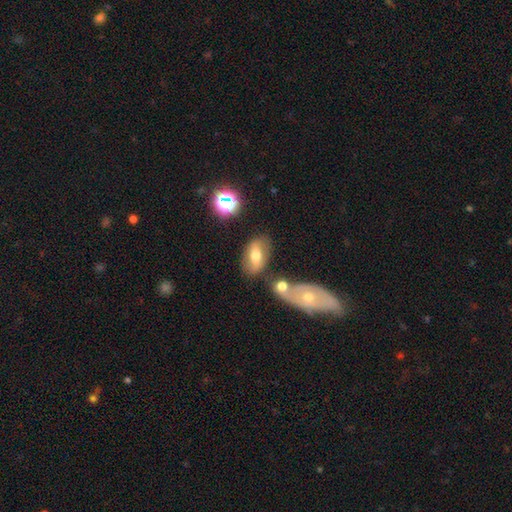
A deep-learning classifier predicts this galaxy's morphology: Smooth or featured? smooth (60%)
How rounded? in between (88%)
Merging? none (69%)